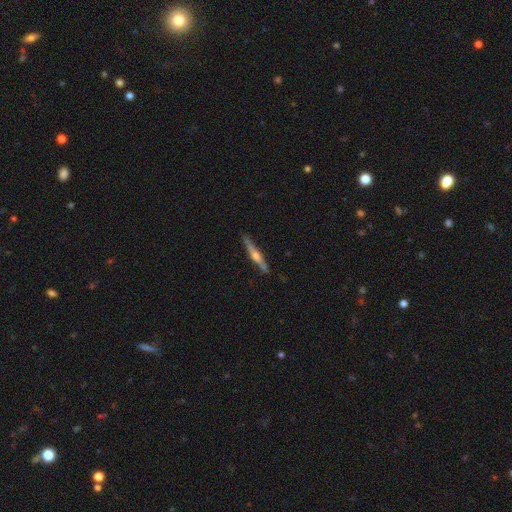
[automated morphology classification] A featured or disk galaxy (77%) viewed edge-on (98%) with a rounded central bulge (90%).

Vote fractions:
- Smooth or featured? featured or disk: 77% / smooth: 18% / star or artifact: 5%
- Edge-on disk? yes: 98% / no: 2%
- Edge-on bulge? rounded: 90% / boxy: 6% / none: 4%
- Merging? none: 89% / minor disturbance: 8% / major disturbance: 1% / merger: 1%